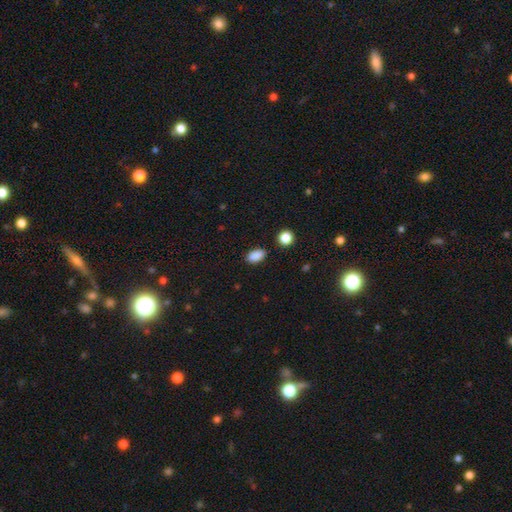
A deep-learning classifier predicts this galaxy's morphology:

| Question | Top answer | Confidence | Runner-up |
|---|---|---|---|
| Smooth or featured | smooth | 87% | star or artifact (9%) |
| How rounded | in between | 89% | round (8%) |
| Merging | none | 86% | minor disturbance (10%) |